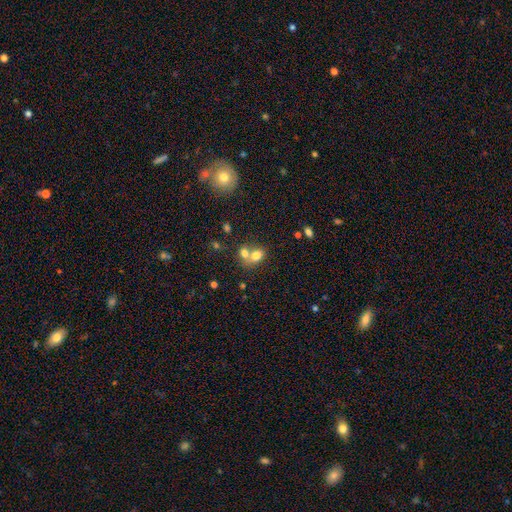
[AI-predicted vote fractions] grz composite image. It shows a smooth galaxy with no disk features (73%) that is in between round and cigar-shaped (56%). Merging: merger (59%).